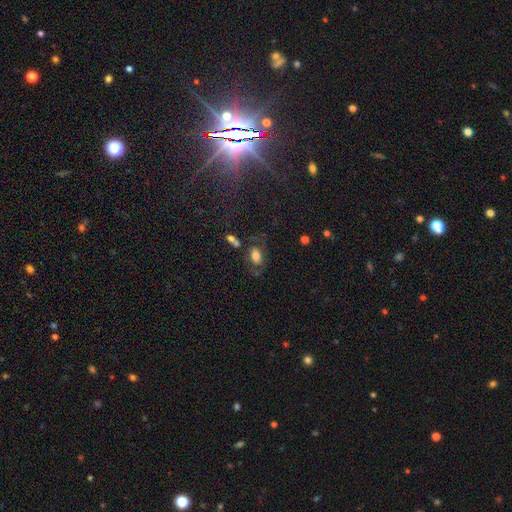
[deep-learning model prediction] This appears to be a smooth galaxy with no disk features (63%) that is in between round and cigar-shaped (86%). Merging: none (52%).